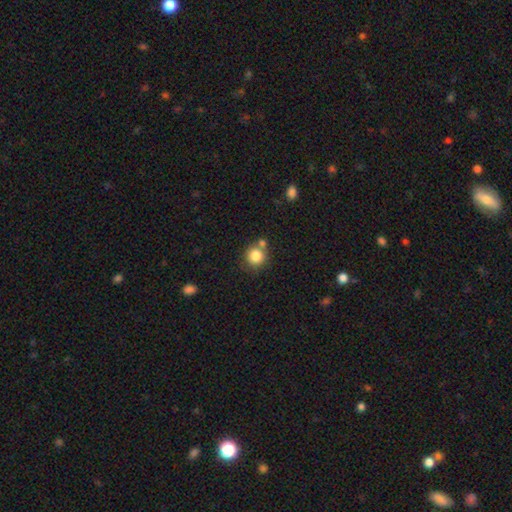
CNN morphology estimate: This is clearly a smooth galaxy (83%). How rounded: clearly round (91%). Merging: likely none (66%).